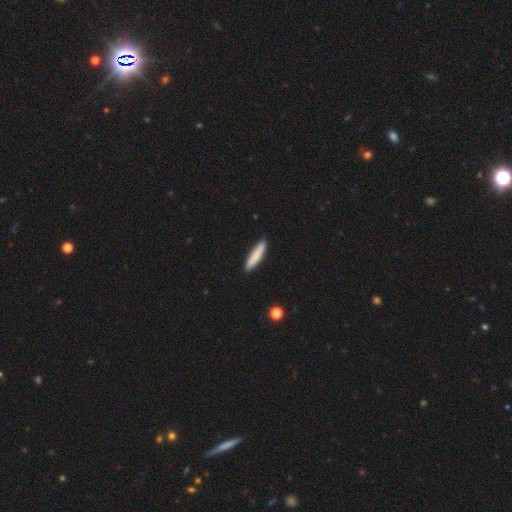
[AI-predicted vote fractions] This appears to be a smooth galaxy with no disk features (83%) that is cigar-shaped (86%). Merging: none (89%).